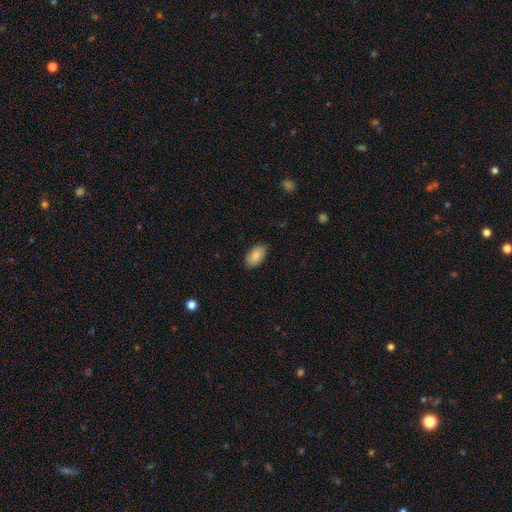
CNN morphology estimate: smooth 85%, featured or disk 9%, star or artifact 6%. Down the decision tree: how rounded — in between (95%); merging — none (85%).